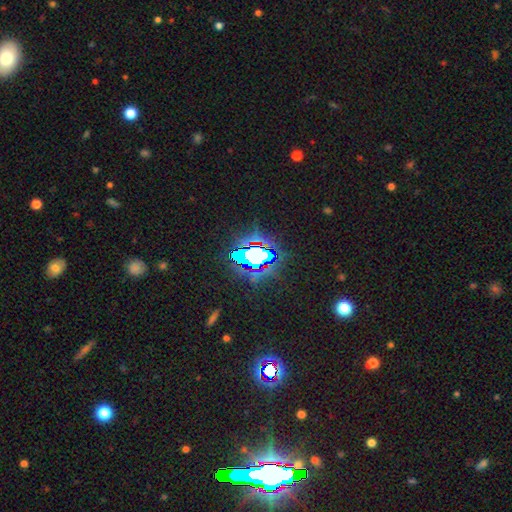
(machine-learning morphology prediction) Smooth or featured?
  - star or artifact: 66% *
  - smooth: 19%
  - featured or disk: 15%